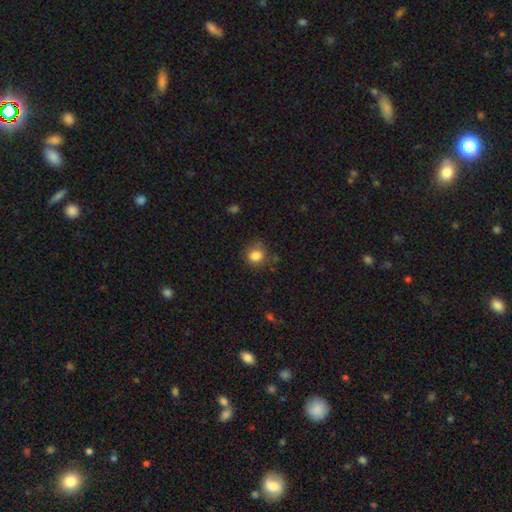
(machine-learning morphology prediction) Overall: smooth (84%). How rounded: round (81%). Merging: none (73%).